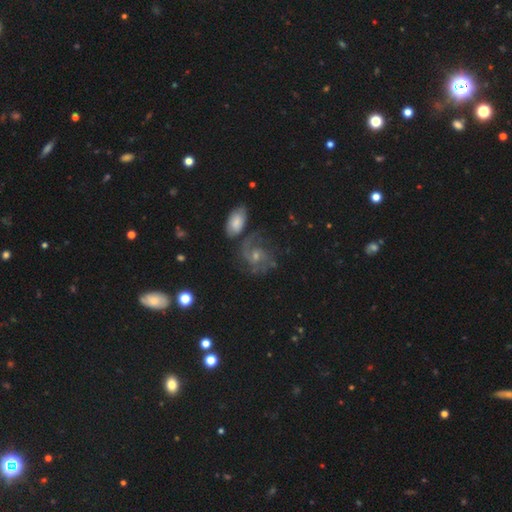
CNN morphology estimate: type=featured or disk (70%); edge-on=no (97%); bar=no (59%); spiral arms=yes (91%); winding=medium (50%); arm count=2 (41%); bulge=small (52%); merging=none (61%).